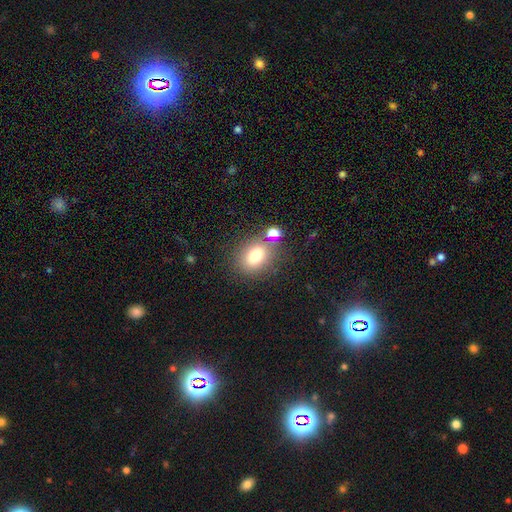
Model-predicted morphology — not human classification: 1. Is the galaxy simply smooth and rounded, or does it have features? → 76% smooth, 13% star or artifact, 11% featured or disk.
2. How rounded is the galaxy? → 54% in between, 45% round, 1% cigar-shaped.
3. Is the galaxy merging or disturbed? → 72% none, 12% minor disturbance, 11% merger, 5% major disturbance.